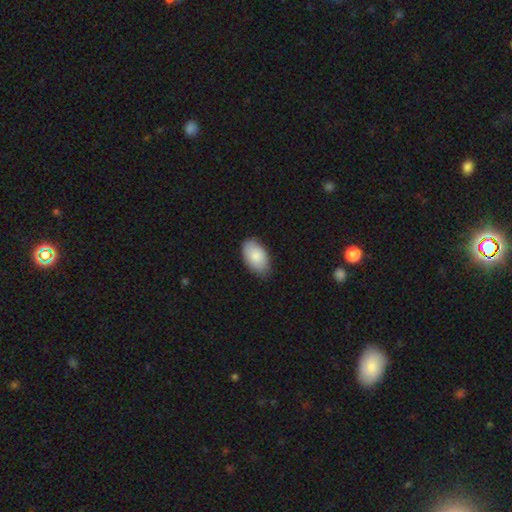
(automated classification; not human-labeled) Smooth or featured: smooth — 86% (featured or disk — 8%)
How rounded: in between — 95% (round — 4%)
Merging: none — 80% (minor disturbance — 17%)